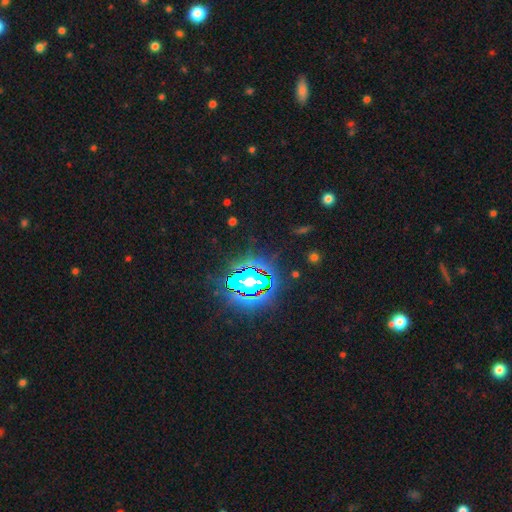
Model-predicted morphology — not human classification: Smooth or featured: star or artifact — 76% (smooth — 13%)